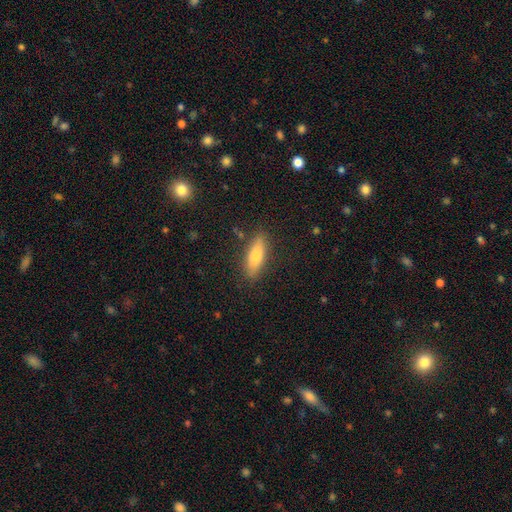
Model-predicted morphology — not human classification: Overall: smooth (71%). How rounded: in between (51%; cigar-shaped 46%). Merging: none (86%).